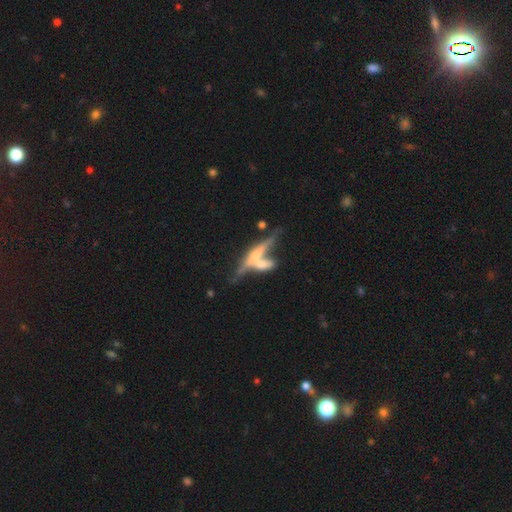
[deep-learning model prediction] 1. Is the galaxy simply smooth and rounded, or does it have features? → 60% featured or disk, 33% smooth, 8% star or artifact.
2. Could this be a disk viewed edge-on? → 83% yes, 17% no.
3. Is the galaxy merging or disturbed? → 50% merger, 33% none, 11% minor disturbance, 6% major disturbance.